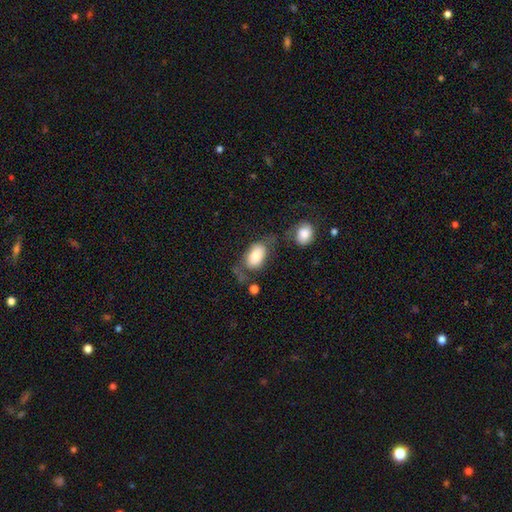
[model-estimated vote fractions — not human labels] smooth_or_featured: smooth (p=0.76) [alt: featured or disk p=0.18]
how_rounded: in between (p=0.90) [alt: round p=0.08]
merging: none (p=0.44) [alt: minor disturbance p=0.19]